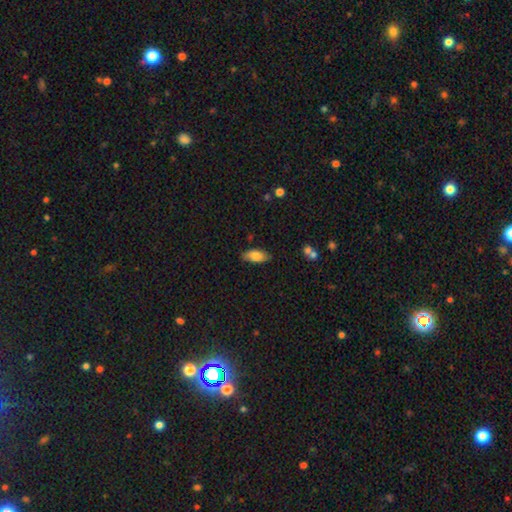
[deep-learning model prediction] The model was most divided on "merging": none: 80%, minor disturbance: 16%, major disturbance: 3%, merger: 2%. More confident: how rounded — in between (88%); smooth or featured — smooth (80%).